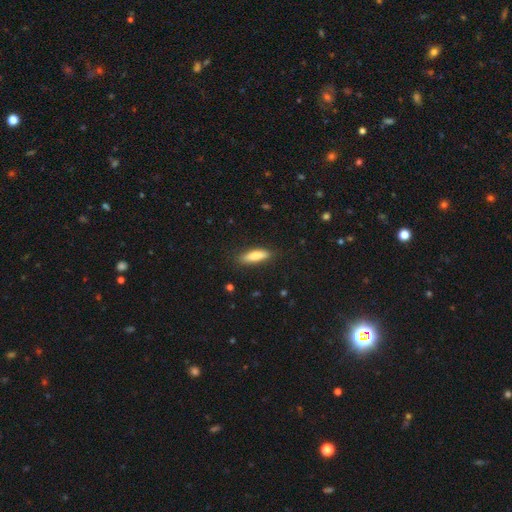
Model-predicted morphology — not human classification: This is clearly a smooth galaxy (82%). How rounded: possibly cigar-shaped (60%). Merging: clearly none (84%).